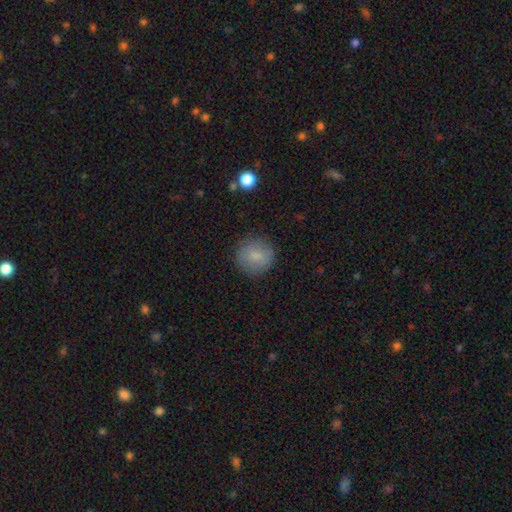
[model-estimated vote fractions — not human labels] This appears to be a smooth galaxy with no disk features (81%) that is round (90%). Merging: none (85%).